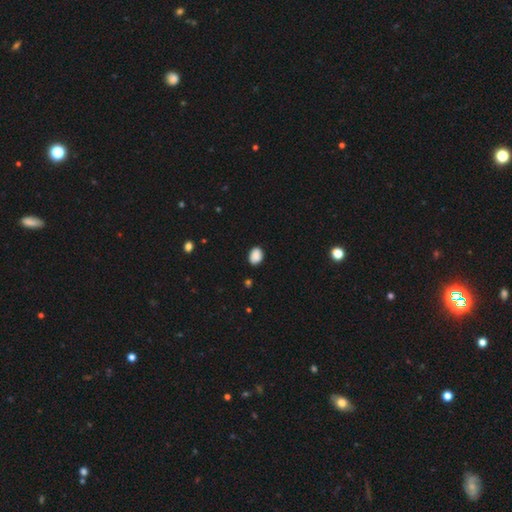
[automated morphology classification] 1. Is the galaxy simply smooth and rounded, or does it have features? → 88% smooth, 8% star or artifact, 3% featured or disk.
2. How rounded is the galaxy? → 75% in between, 24% round, 1% cigar-shaped.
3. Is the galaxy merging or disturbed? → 84% none, 13% minor disturbance, 2% major disturbance, 1% merger.